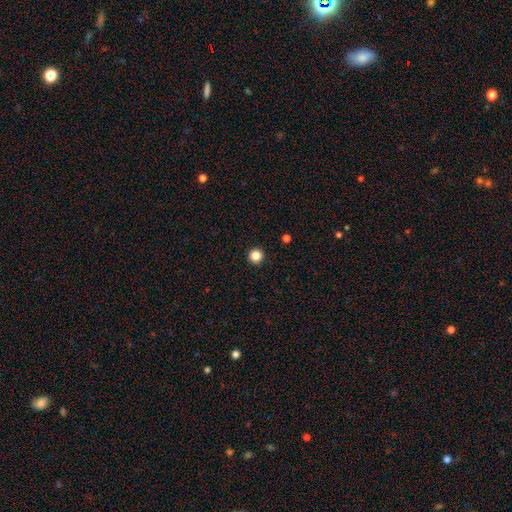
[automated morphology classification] Smooth or featured? Predicted: smooth (p=0.85). How rounded? Predicted: round (p=0.96). Merging? Predicted: none (p=0.94).